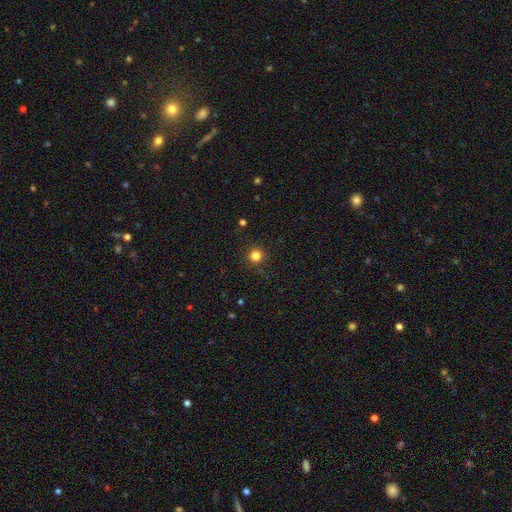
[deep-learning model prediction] smooth-or-featured: smooth: 82% | star or artifact: 14% | featured or disk: 4%
  how-rounded: round: 95% | in between: 4% | cigar-shaped: 1%
  merging: none: 92% | minor disturbance: 5% | major disturbance: 2% | merger: 1%